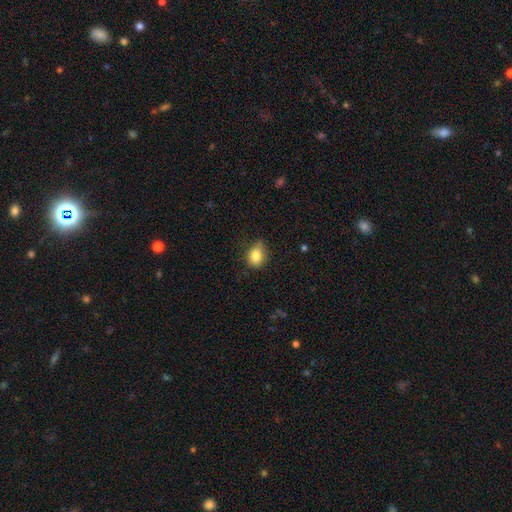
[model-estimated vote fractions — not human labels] Smooth or featured? smooth (82%)
How rounded? in between (61%)
Merging? none (64%)